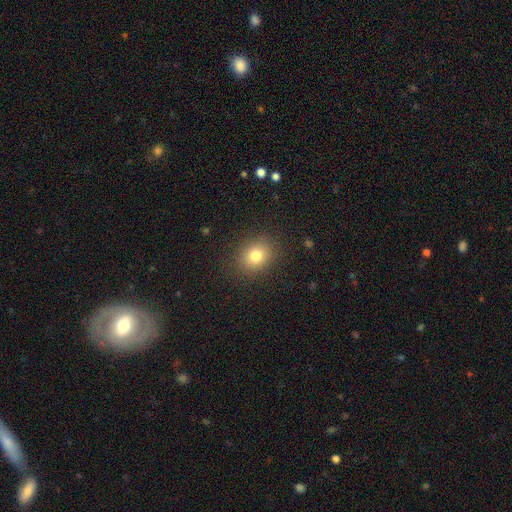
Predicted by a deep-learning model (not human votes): Smooth or featured? Predicted: smooth (p=0.79). How rounded? Predicted: round (p=0.62). Merging? Predicted: none (p=0.87).